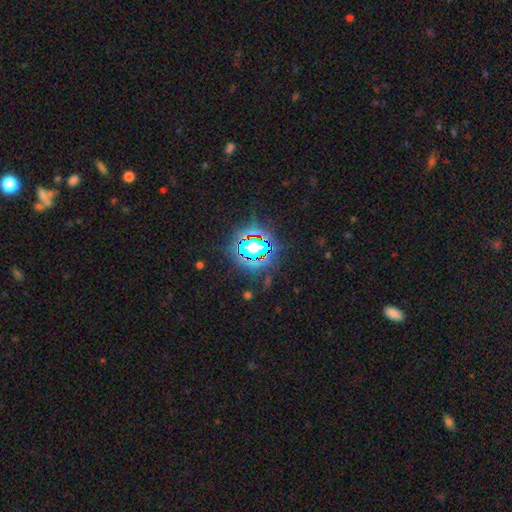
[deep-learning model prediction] Smooth or featured?
  - star or artifact: 82% *
  - smooth: 11%
  - featured or disk: 8%